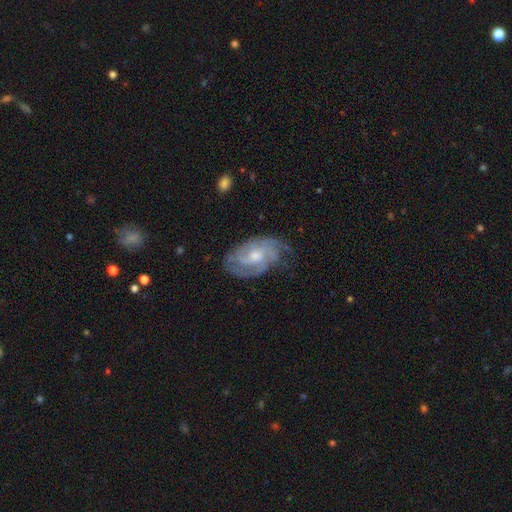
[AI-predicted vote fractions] A featured or disk galaxy (86%) with no bar (57%), 3 (31%) tight (56%) spiral arms (96%) and a moderate central bulge (58%).

Vote fractions:
- Smooth or featured? featured or disk: 86% / smooth: 9% / star or artifact: 5%
- Edge-on disk? no: 97% / yes: 3%
- Bar? no: 57% / weak: 36% / strong: 6%
- Spiral arms? yes: 96% / no: 4%
- Spiral winding? tight: 56% / medium: 37% / loose: 7%
- Spiral arm count? 3: 31% / 2: 26% / can't tell: 22% / 4: 11% / 1: 5% / more than 4: 5%
- Bulge size? moderate: 58% / small: 33% / large: 5% / none: 4% / dominant: 1%
- Merging? none: 71% / minor disturbance: 21% / major disturbance: 7% / merger: 1%